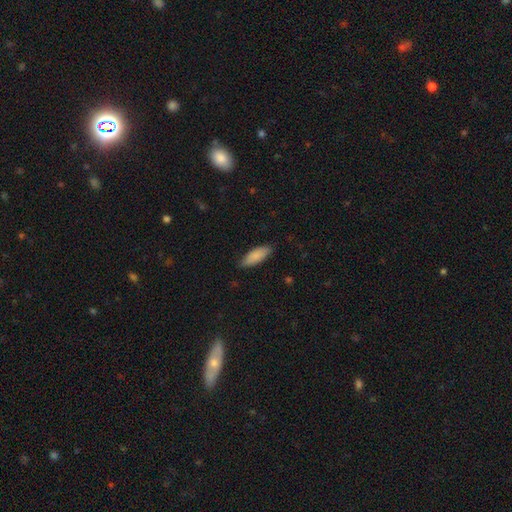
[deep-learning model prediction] This appears to be a smooth galaxy with no disk features (87%) that is in between round and cigar-shaped (74%). Merging: none (83%).